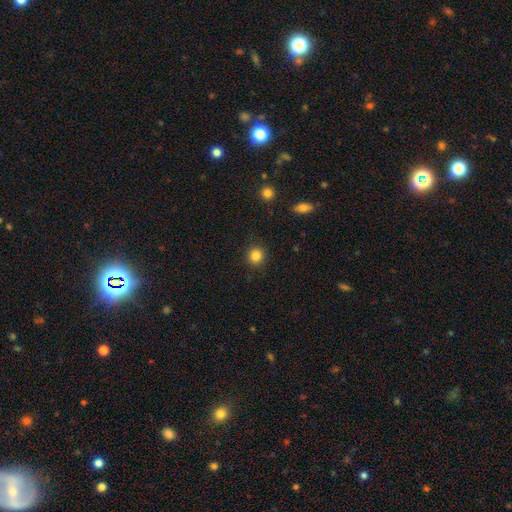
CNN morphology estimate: A smooth galaxy with no disk features (84%) that is round (91%). Merging: none (91%).